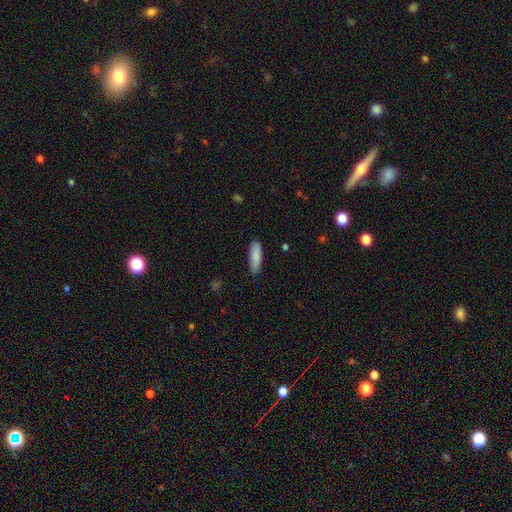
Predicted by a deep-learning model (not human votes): This is clearly a smooth galaxy (87%). How rounded: possibly in between (54%). Merging: clearly none (87%).